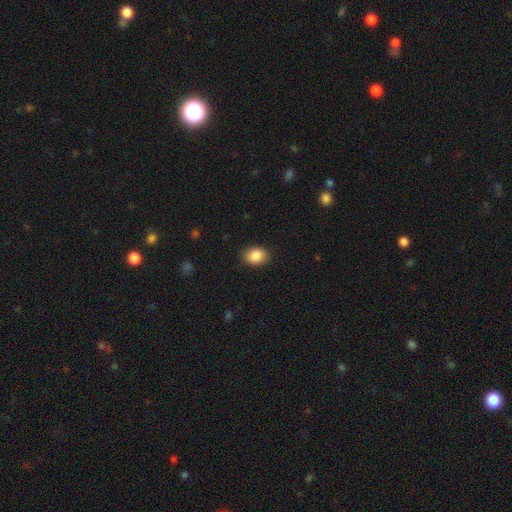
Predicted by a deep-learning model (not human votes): The model was most divided on "how rounded": in between: 64%, round: 35%, cigar-shaped: 1%. More confident: merging — none (88%); smooth or featured — smooth (87%).